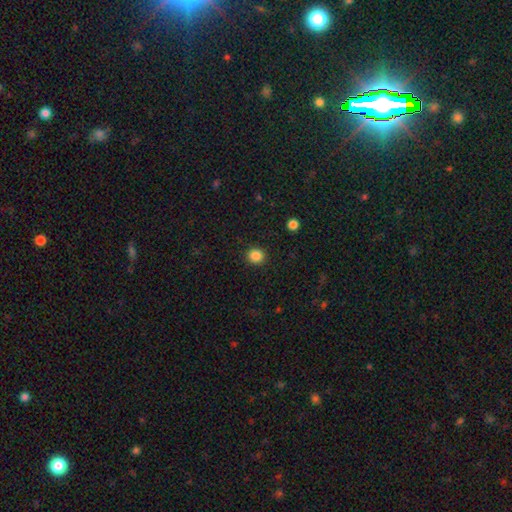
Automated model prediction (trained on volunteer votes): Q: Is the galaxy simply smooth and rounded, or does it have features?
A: smooth — 86%.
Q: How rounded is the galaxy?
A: round — 89%.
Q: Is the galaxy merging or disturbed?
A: none — 92%.